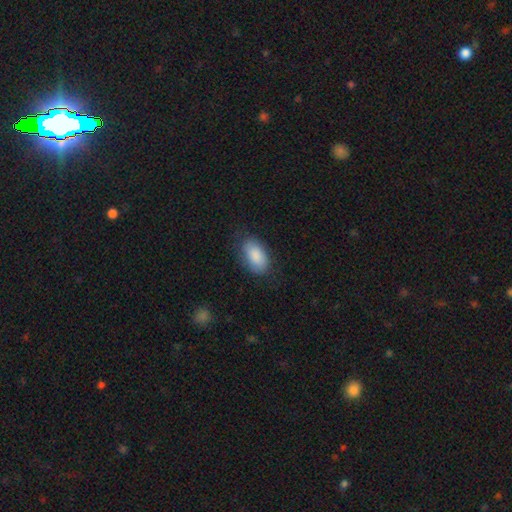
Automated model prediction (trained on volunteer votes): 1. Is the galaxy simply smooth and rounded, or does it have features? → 88% smooth, 6% featured or disk, 6% star or artifact.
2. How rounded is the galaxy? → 94% in between, 4% round, 2% cigar-shaped.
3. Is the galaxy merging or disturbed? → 77% none, 17% minor disturbance, 5% major disturbance, 1% merger.